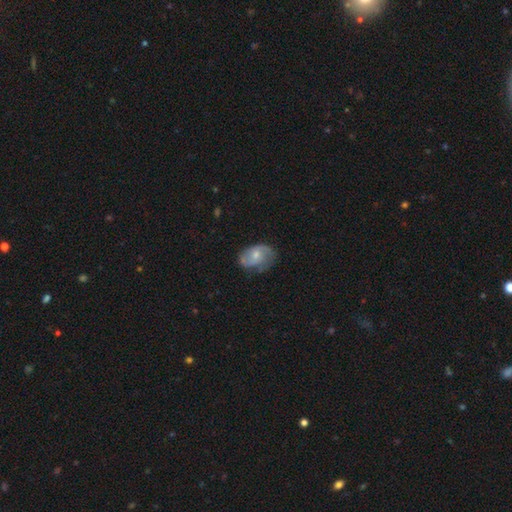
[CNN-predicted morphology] smooth_or_featured: featured or disk (p=0.56) [alt: smooth p=0.37]
disk_edge_on: no (p=0.96) [alt: yes p=0.04]
bar: no (p=0.69) [alt: weak p=0.27]
has_spiral_arms: yes (p=0.82) [alt: no p=0.18]
bulge_size: small (p=0.50) [alt: moderate p=0.44]
merging: none (p=0.60) [alt: minor disturbance p=0.28]